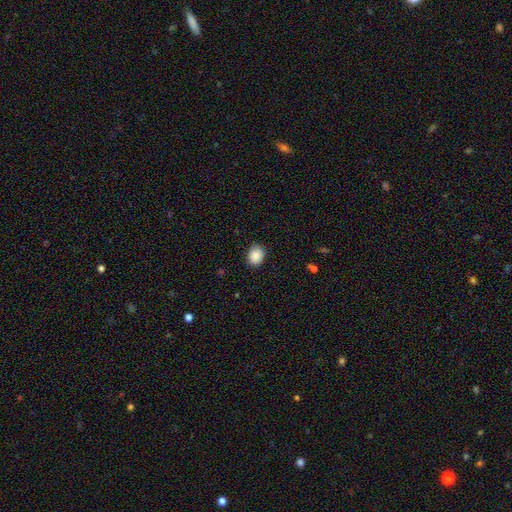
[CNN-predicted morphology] type=smooth (89%); roundness=round (53%); merging=none (85%).